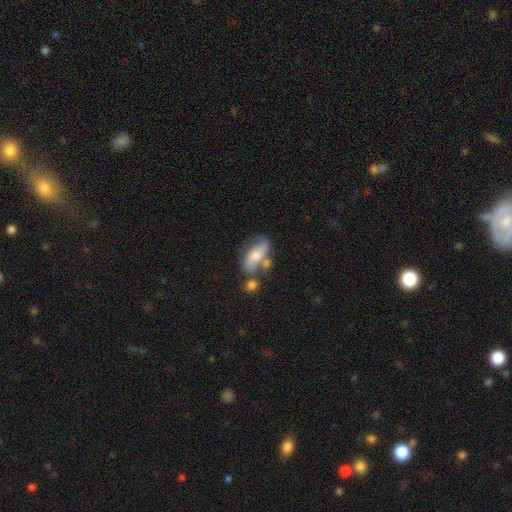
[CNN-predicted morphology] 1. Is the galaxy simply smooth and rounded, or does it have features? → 58% smooth, 35% featured or disk, 7% star or artifact.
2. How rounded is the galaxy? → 76% in between, 20% cigar-shaped, 4% round.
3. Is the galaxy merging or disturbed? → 53% none, 21% merger, 19% minor disturbance, 8% major disturbance.